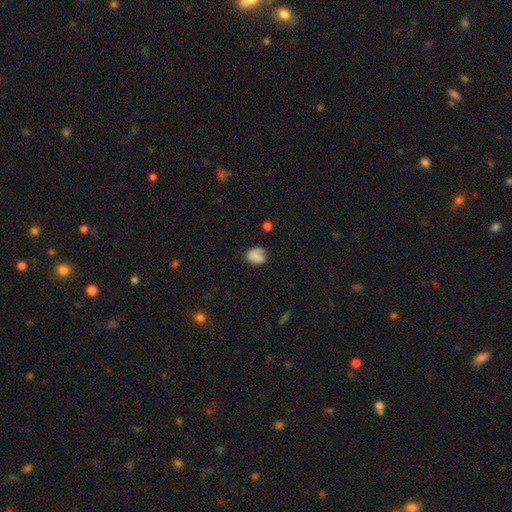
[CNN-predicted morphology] Smooth or featured: smooth — 77% (featured or disk — 13%)
How rounded: in between — 60% (round — 39%)
Merging: none — 57% (minor disturbance — 30%)